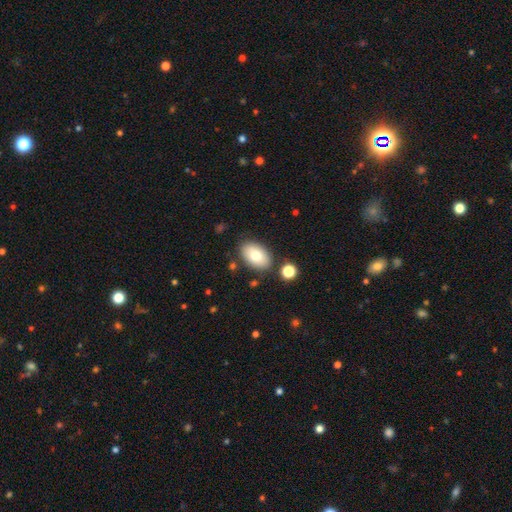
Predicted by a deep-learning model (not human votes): Smooth or featured? smooth (76%)
How rounded? in between (91%)
Merging? none (83%)